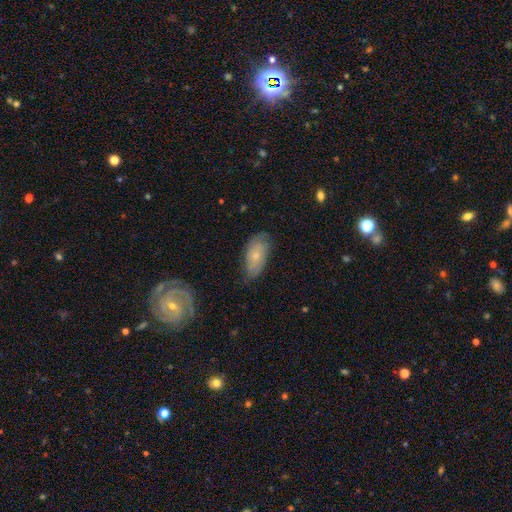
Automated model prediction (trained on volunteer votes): smooth_or_featured: smooth (p=0.47) [alt: featured or disk p=0.45]
merging: none (p=0.65) [alt: minor disturbance p=0.26]